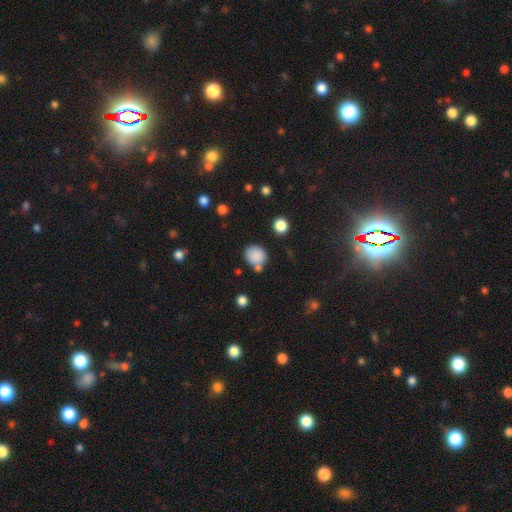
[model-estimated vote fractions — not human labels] Overall: smooth (85%). How rounded: round (80%). Merging: none (63%).